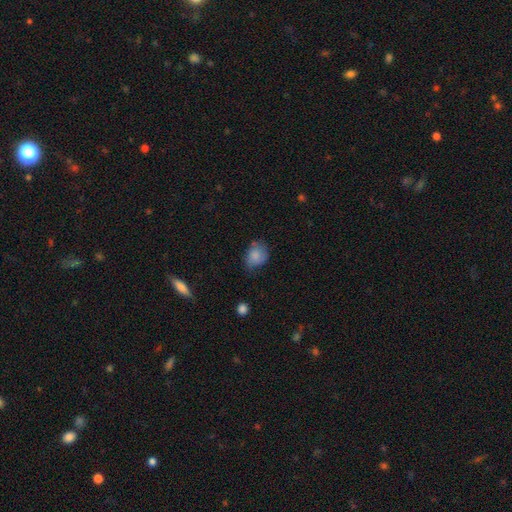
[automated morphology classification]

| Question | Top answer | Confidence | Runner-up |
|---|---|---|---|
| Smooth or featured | smooth | 79% | featured or disk (13%) |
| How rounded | in between | 54% | round (44%) |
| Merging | none | 51% | minor disturbance (36%) |